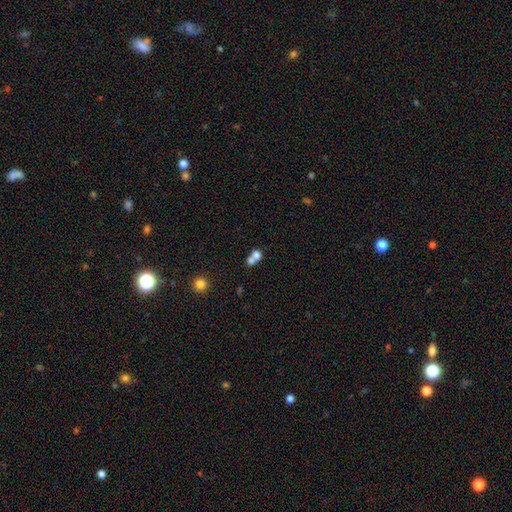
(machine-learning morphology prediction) The model was most divided on "merging": merger: 58%, none: 33%, minor disturbance: 6%, major disturbance: 3%. More confident: smooth or featured — smooth (71%); how rounded — round (71%).